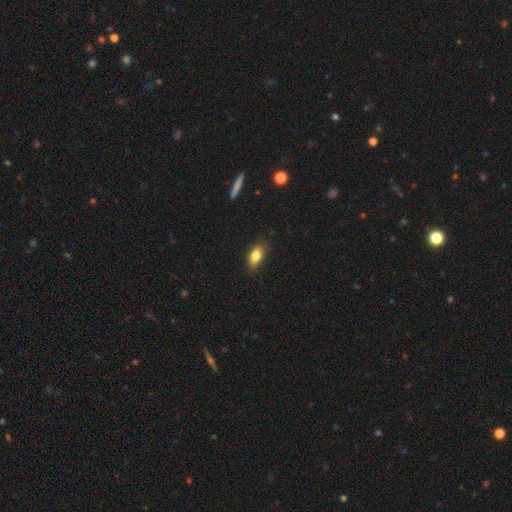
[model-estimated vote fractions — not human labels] Morphology: type=smooth (79%); roundness=in between (84%); merging=none (78%).